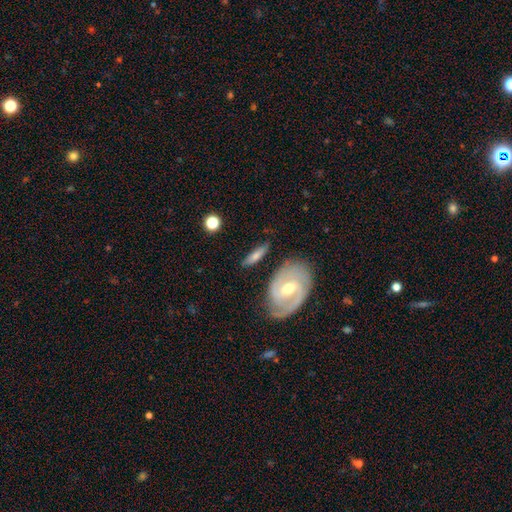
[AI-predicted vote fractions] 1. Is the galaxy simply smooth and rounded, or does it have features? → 51% smooth, 42% featured or disk, 7% star or artifact.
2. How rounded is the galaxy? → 51% cigar-shaped, 43% in between, 7% round.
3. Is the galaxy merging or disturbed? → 77% none, 15% minor disturbance, 4% major disturbance, 4% merger.